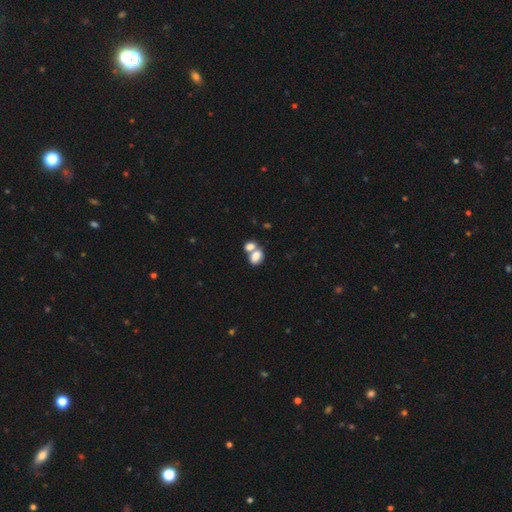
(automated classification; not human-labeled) This appears to be a smooth galaxy with no disk features (79%) that is in between round and cigar-shaped (78%). Merging: merger (60%).